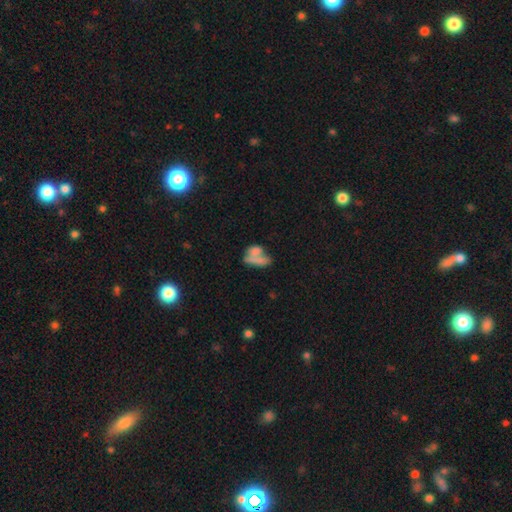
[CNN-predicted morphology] smooth_or_featured: smooth (p=0.65) [alt: featured or disk p=0.24]
how_rounded: in between (p=0.73) [alt: round p=0.15]
merging: merger (p=0.51) [alt: none p=0.24]